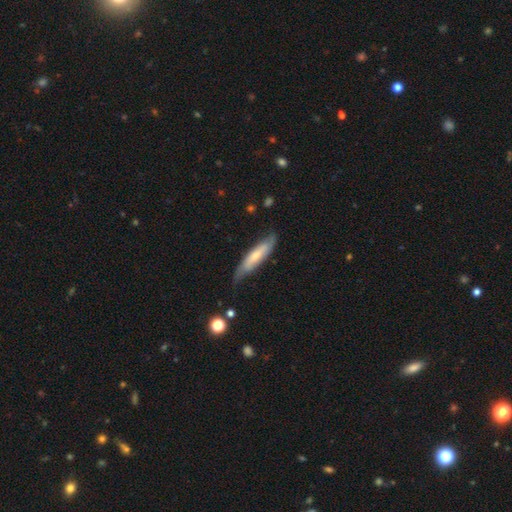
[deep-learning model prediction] This is possibly a smooth galaxy (56%). How rounded: likely cigar-shaped (77%). Merging: likely none (66%).